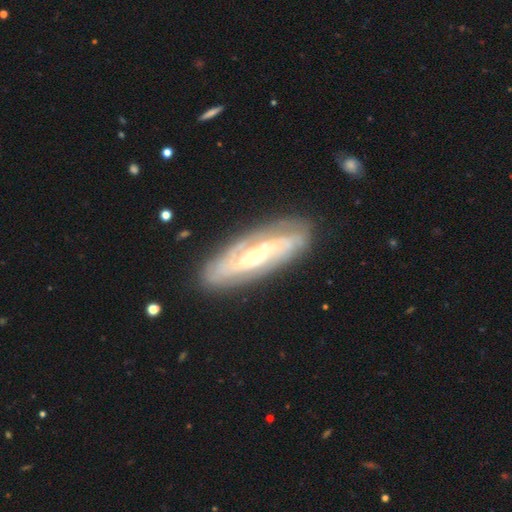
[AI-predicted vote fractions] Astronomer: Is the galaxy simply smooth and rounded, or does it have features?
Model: featured or disk — 83%.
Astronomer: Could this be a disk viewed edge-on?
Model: no — 85%.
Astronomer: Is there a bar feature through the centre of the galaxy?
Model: no — 54% (runner-up: weak, 31%).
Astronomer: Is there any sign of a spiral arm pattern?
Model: yes — 91%.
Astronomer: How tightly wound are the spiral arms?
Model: tight — 62%.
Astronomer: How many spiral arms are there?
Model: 2 — 41% (runner-up: can't tell, 34%).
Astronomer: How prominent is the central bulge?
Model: small — 51% (runner-up: moderate, 44%).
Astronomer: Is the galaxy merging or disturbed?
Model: none — 80%.